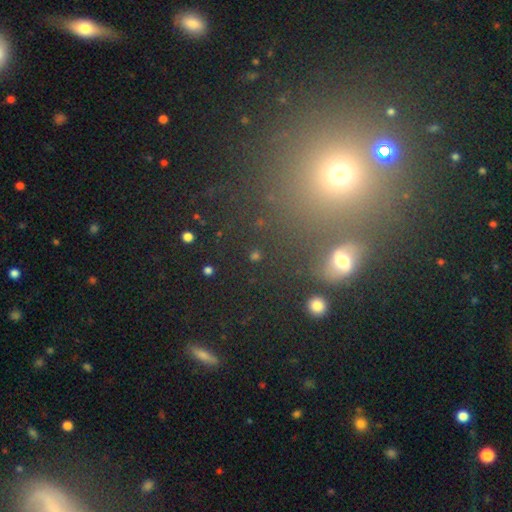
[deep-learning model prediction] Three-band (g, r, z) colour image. It shows a smooth galaxy with no disk features (52%) that is round (68%). Merging: none (73%).